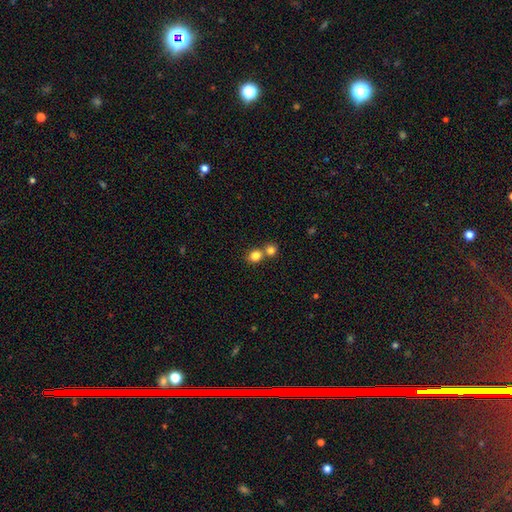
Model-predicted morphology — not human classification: smooth 82%, star or artifact 11%, featured or disk 7%. Down the decision tree: how rounded — round (79%); merging — none (49%).